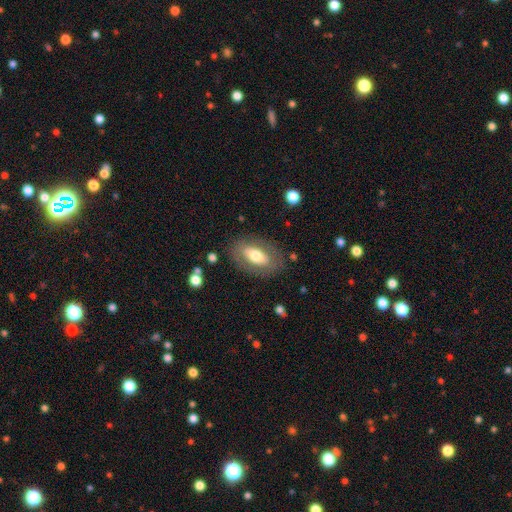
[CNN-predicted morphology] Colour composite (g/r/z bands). It shows a smooth galaxy with no disk features (57%) that is in between round and cigar-shaped (90%). Merging: none (80%).